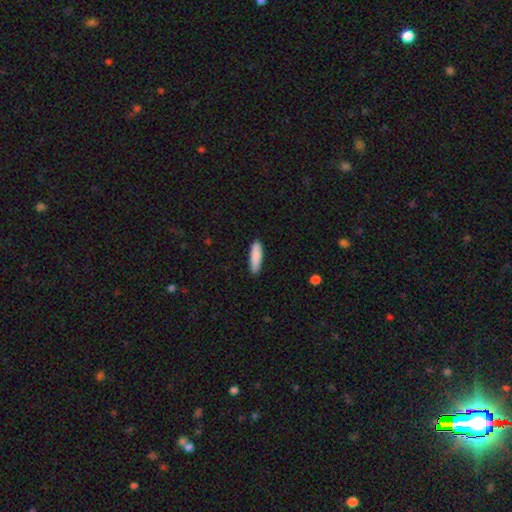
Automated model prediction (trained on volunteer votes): A smooth galaxy with no disk features (87%) that is cigar-shaped (67%). Merging: none (87%).